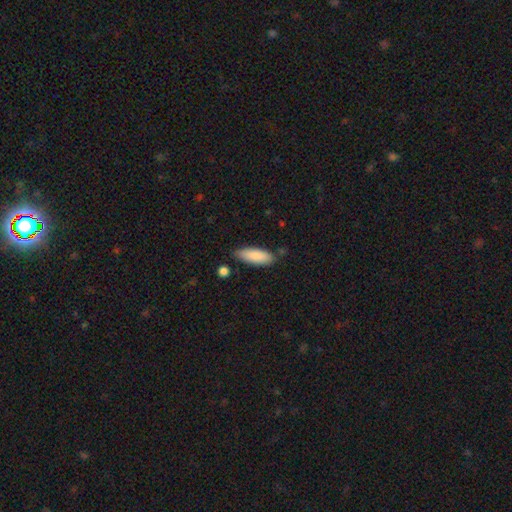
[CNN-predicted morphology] smooth-or-featured: smooth: 86% | featured or disk: 9% | star or artifact: 6%
  how-rounded: in between: 60% | cigar-shaped: 38% | round: 2%
  merging: none: 80% | minor disturbance: 14% | merger: 3% | major disturbance: 3%